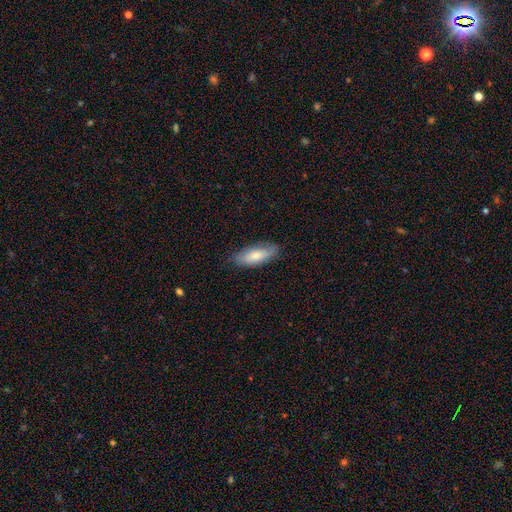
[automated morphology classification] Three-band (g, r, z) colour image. It shows a smooth galaxy with no disk features (72%) that is in between round and cigar-shaped (74%). Merging: none (79%).